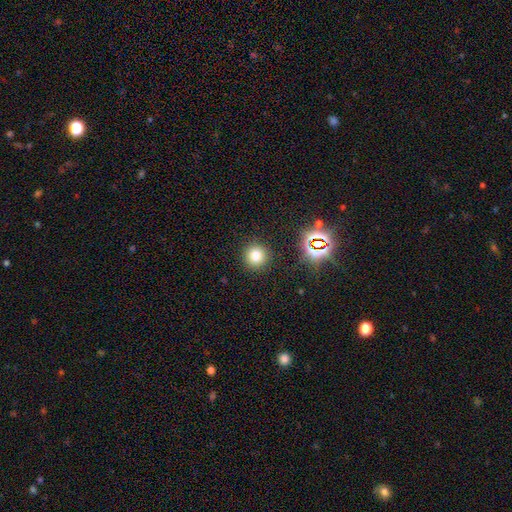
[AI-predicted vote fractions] Smooth or featured? smooth (75%)
How rounded? round (94%)
Merging? none (90%)